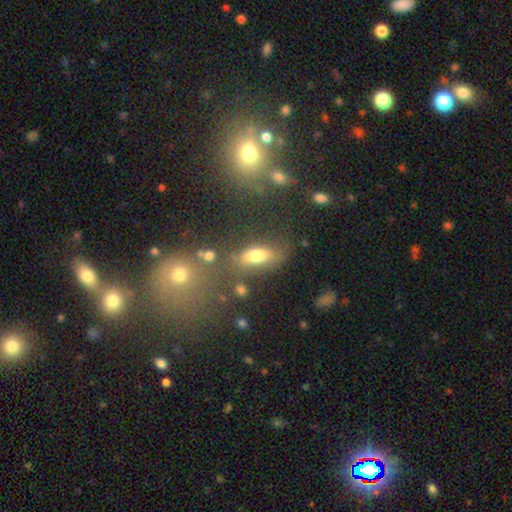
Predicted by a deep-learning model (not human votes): A smooth galaxy with no disk features (66%) that is in between round and cigar-shaped (70%).

Vote fractions:
- Smooth or featured? smooth: 66% / featured or disk: 21% / star or artifact: 13%
- How rounded? in between: 70% / cigar-shaped: 23% / round: 7%
- Merging? none: 62% / minor disturbance: 19% / major disturbance: 10% / merger: 9%